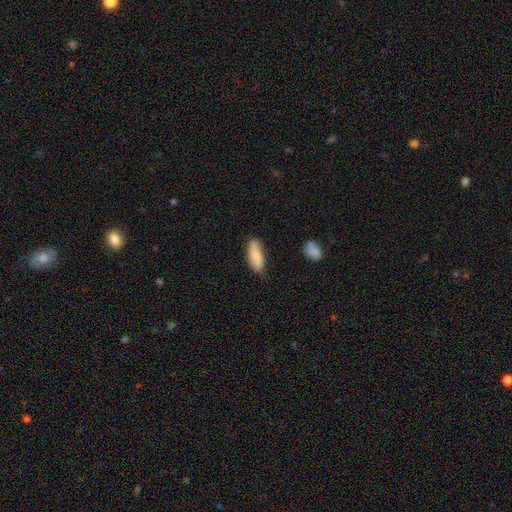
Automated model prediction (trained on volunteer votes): A smooth galaxy with no disk features (78%) that is in between round and cigar-shaped (72%). Merging: none (69%).